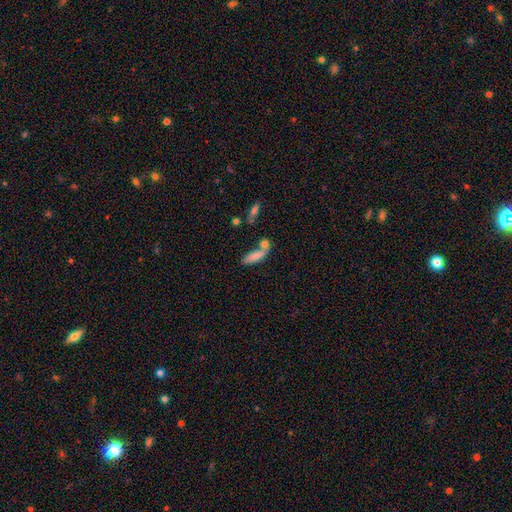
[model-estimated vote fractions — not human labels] smooth_or_featured: smooth (p=0.78) [alt: featured or disk p=0.13]
how_rounded: in between (p=0.55) [alt: cigar-shaped p=0.42]
merging: merger (p=0.41) [alt: none p=0.40]